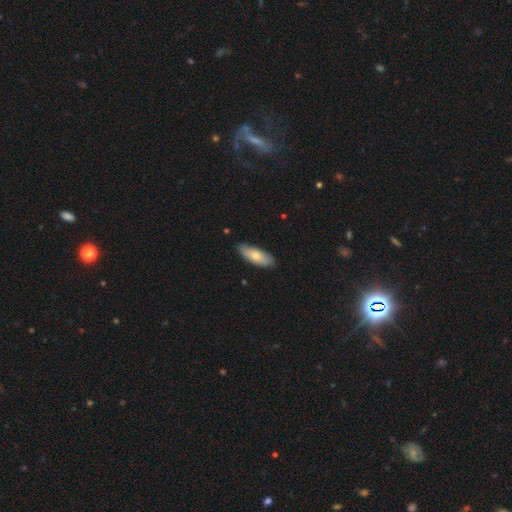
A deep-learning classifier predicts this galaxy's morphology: The model was most divided on "smooth or featured": smooth: 69%, featured or disk: 25%, star or artifact: 5%. More confident: merging — none (80%); how rounded — in between (73%).